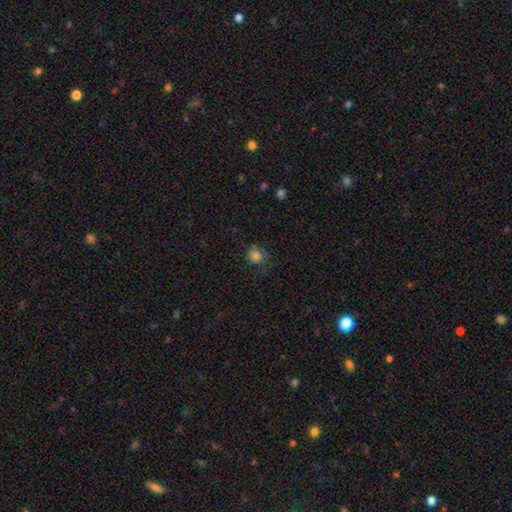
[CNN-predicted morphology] Smooth or featured?
  - smooth: 77% *
  - star or artifact: 14%
  - featured or disk: 9%
How rounded?
  - round: 85% *
  - in between: 14%
  - cigar-shaped: 1%
Merging?
  - none: 64% *
  - minor disturbance: 23%
  - major disturbance: 12%
  - merger: 2%